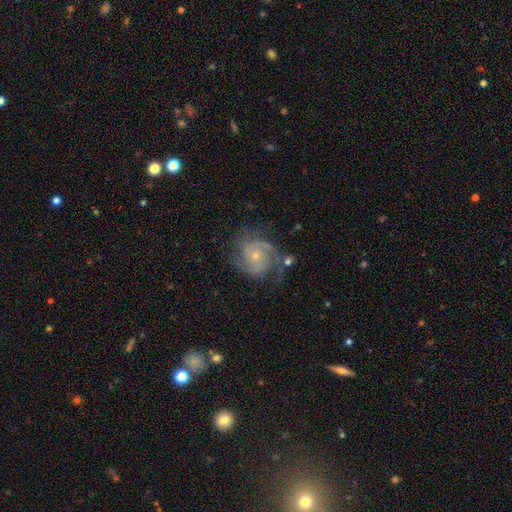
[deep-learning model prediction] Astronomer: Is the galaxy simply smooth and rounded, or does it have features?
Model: featured or disk — 90%.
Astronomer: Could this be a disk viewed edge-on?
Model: no — 98%.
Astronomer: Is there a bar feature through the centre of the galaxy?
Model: no — 73%.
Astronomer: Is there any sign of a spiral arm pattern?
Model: yes — 98%.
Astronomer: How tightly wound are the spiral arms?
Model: tight — 47% (runner-up: medium, 45%).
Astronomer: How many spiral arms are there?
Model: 2 — 63%.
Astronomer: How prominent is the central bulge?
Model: small — 72%.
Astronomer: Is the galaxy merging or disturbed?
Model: none — 70%.